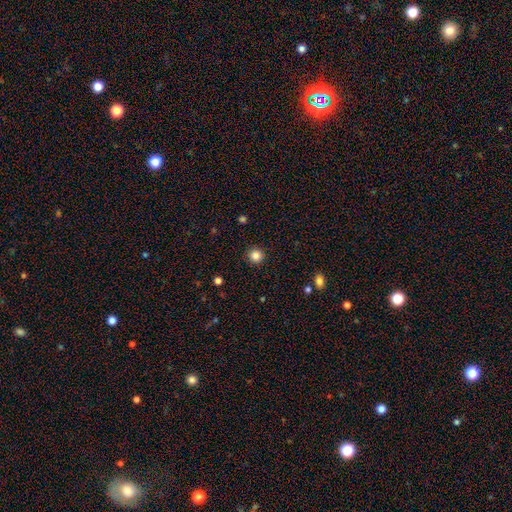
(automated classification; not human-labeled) This appears to be a smooth galaxy with no disk features (84%) that is round (95%). Merging: none (92%).